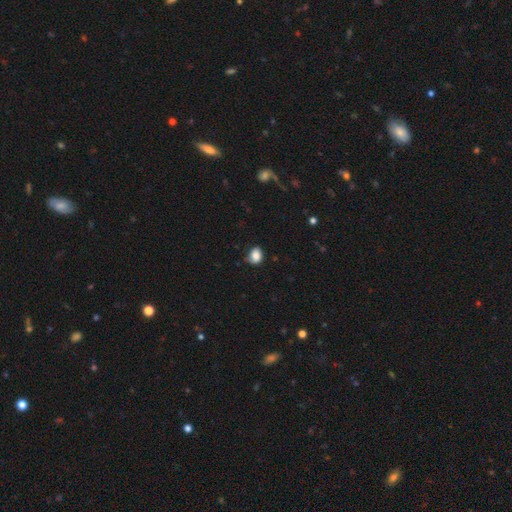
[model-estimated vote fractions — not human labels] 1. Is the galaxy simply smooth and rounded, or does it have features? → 84% smooth, 9% star or artifact, 7% featured or disk.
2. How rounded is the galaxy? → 57% in between, 42% round, 1% cigar-shaped.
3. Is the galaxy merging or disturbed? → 68% none, 25% minor disturbance, 5% major disturbance, 2% merger.